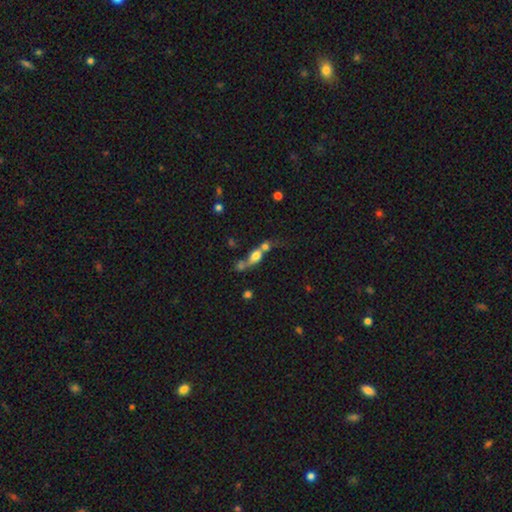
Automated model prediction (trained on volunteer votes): smooth 59%, featured or disk 28%, star or artifact 13%. Down the decision tree: how rounded — in between (46%); merging — merger (61%).